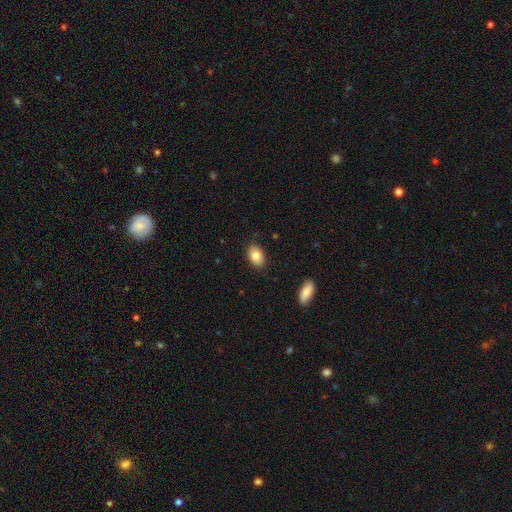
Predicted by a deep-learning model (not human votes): This is clearly a smooth galaxy (84%). How rounded: clearly in between (88%). Merging: clearly none (86%).